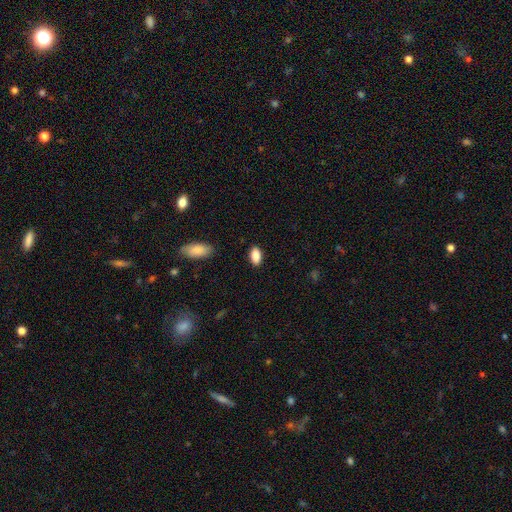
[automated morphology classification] Q: Smooth or featured?
A: smooth (89%); runner-up: star or artifact (7%)
Q: How rounded?
A: in between (91%); runner-up: cigar-shaped (6%)
Q: Merging?
A: none (88%); runner-up: minor disturbance (9%)